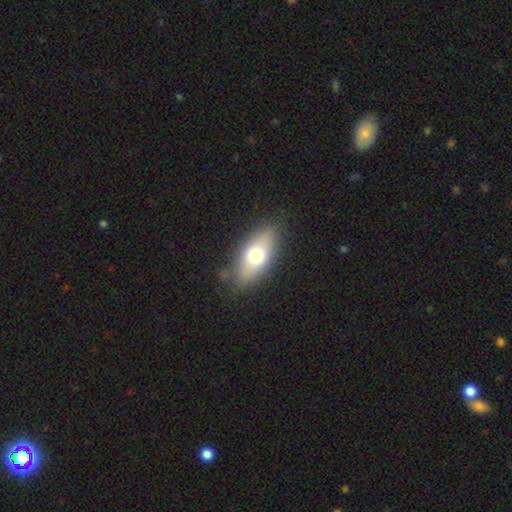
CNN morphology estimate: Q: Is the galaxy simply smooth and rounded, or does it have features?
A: smooth — 67%.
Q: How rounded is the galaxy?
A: in between — 80%.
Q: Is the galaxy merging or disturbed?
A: none — 80%.